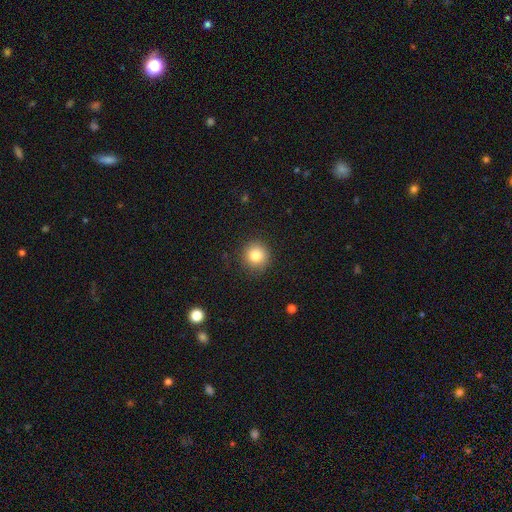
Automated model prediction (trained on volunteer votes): This is clearly a smooth galaxy (82%). How rounded: clearly round (93%). Merging: clearly none (90%).